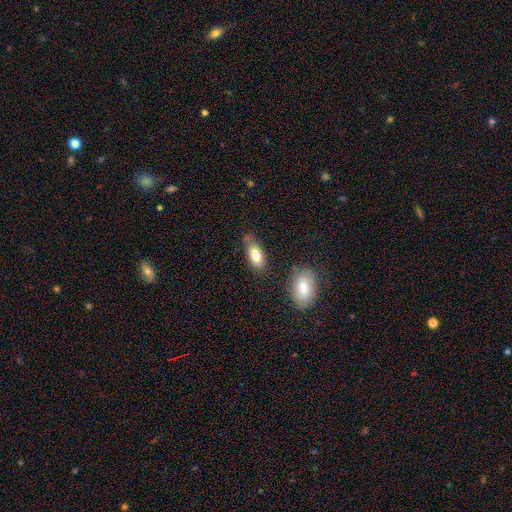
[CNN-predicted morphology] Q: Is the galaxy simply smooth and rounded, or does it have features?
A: smooth — 80%.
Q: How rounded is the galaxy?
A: in between — 85%.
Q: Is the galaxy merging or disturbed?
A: none — 59%.